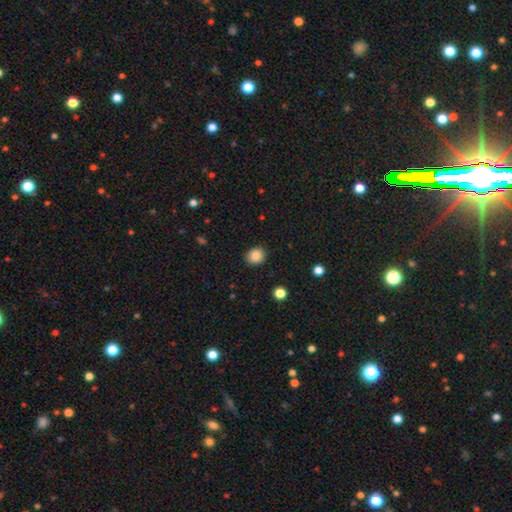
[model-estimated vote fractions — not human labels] Smooth or featured? Predicted: smooth (p=0.87). How rounded? Predicted: round (p=0.72). Merging? Predicted: none (p=0.89).